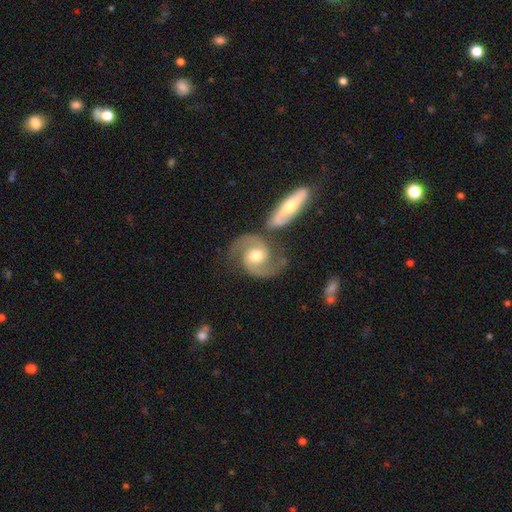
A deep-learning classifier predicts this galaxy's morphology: Smooth or featured? Predicted: featured or disk (p=0.89). Edge-on disk? Predicted: no (p=0.97). Bar? Predicted: no (p=0.55). Spiral arms? Predicted: yes (p=0.97). Spiral winding? Predicted: medium (p=0.61). Spiral arm count? Predicted: 2 (p=0.94). Bulge size? Predicted: moderate (p=0.76). Merging? Predicted: none (p=0.58).